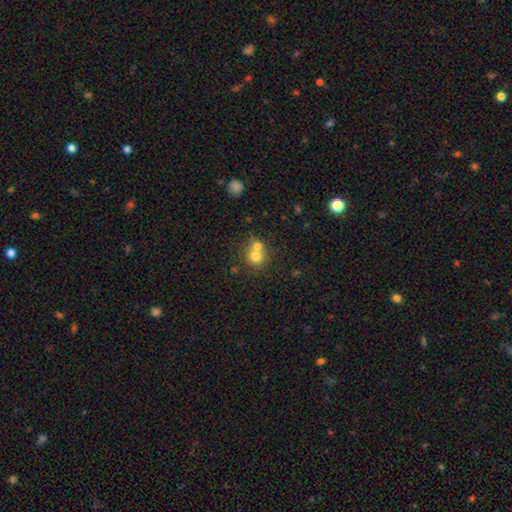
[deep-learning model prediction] A smooth galaxy with no disk features (72%) that is round (83%).

Vote fractions:
- Smooth or featured? smooth: 72% / featured or disk: 16% / star or artifact: 12%
- How rounded? round: 83% / in between: 16% / cigar-shaped: 1%
- Merging? merger: 55% / none: 36% / minor disturbance: 6% / major disturbance: 3%